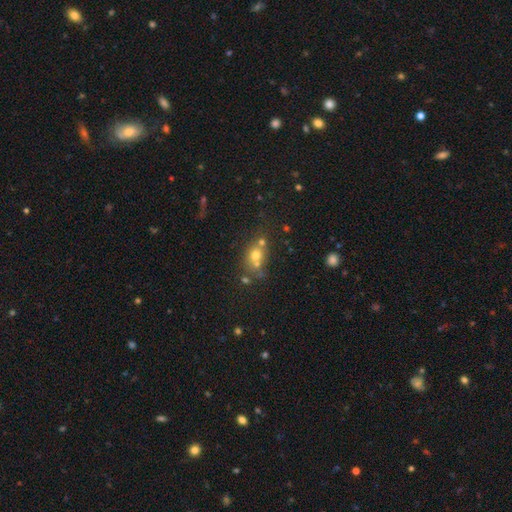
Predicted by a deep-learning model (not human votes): The model was most divided on "merging": none: 48%, merger: 34%, minor disturbance: 11%, major disturbance: 6%. More confident: how rounded — round (69%); smooth or featured — smooth (60%).